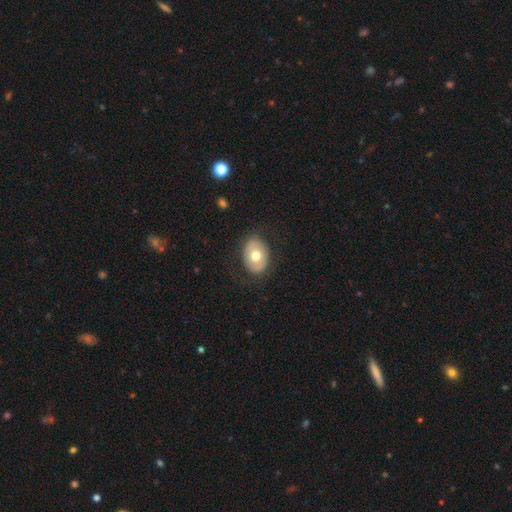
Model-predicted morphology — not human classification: smooth_or_featured: smooth (p=0.63) [alt: featured or disk p=0.30]
how_rounded: in between (p=0.71) [alt: round p=0.28]
merging: none (p=0.83) [alt: minor disturbance p=0.12]